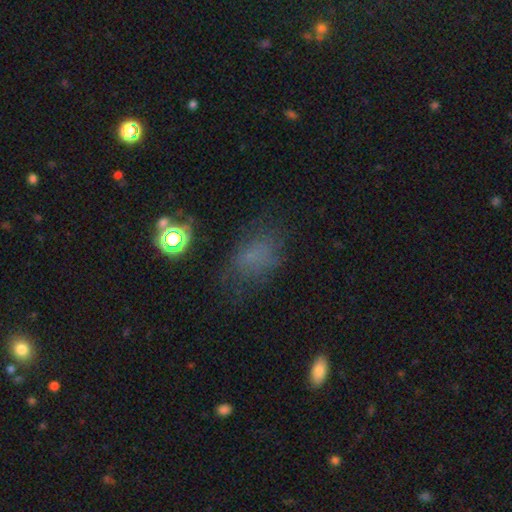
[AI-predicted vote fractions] Smooth or featured? smooth (58%)
How rounded? in between (75%)
Merging? none (54%)